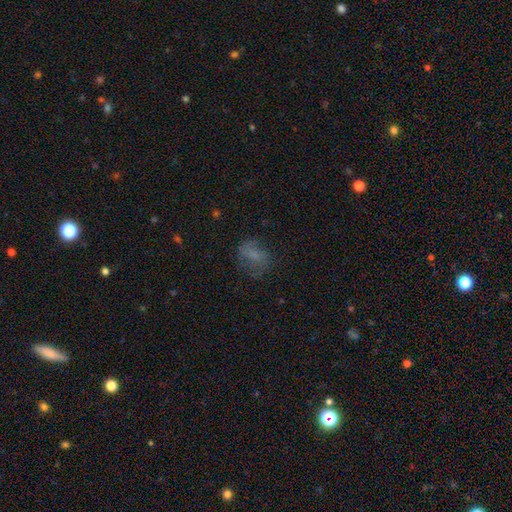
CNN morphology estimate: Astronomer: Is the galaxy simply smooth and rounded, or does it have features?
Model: smooth — 56%.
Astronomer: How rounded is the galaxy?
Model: in between — 59% (runner-up: round, 39%).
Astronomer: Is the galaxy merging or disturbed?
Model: none — 59%.